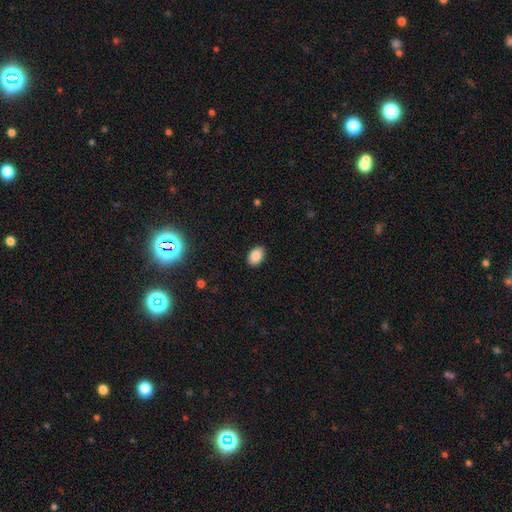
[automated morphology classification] Smooth or featured?
  - smooth: 87% *
  - star or artifact: 9%
  - featured or disk: 5%
How rounded?
  - in between: 83% *
  - round: 16%
  - cigar-shaped: 1%
Merging?
  - none: 89% *
  - minor disturbance: 8%
  - major disturbance: 2%
  - merger: 1%